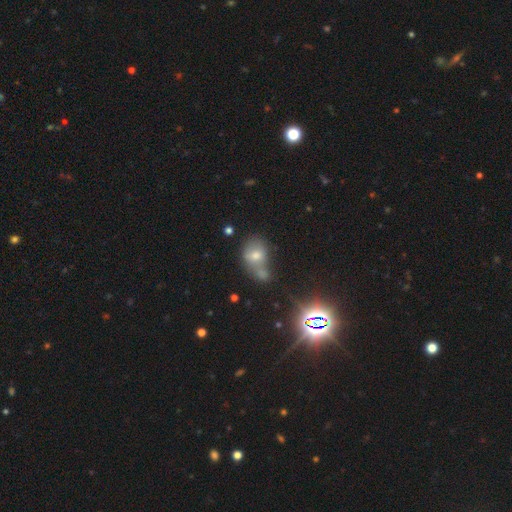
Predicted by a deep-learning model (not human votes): Morphology: type=smooth (56%); roundness=in between (58%); merging=merger (47%).